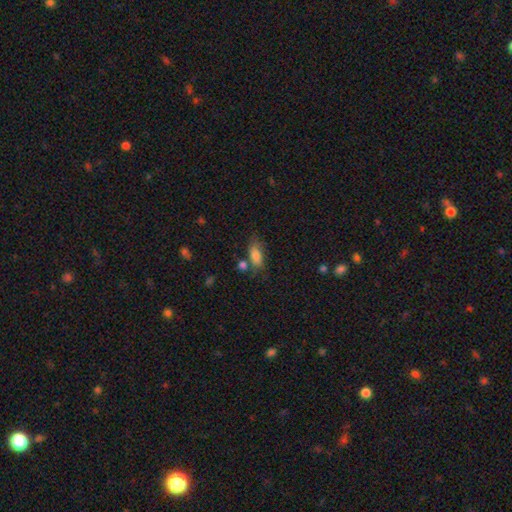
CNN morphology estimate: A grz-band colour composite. It shows a smooth galaxy with no disk features (80%) that is in between round and cigar-shaped (81%). Merging: none (57%).